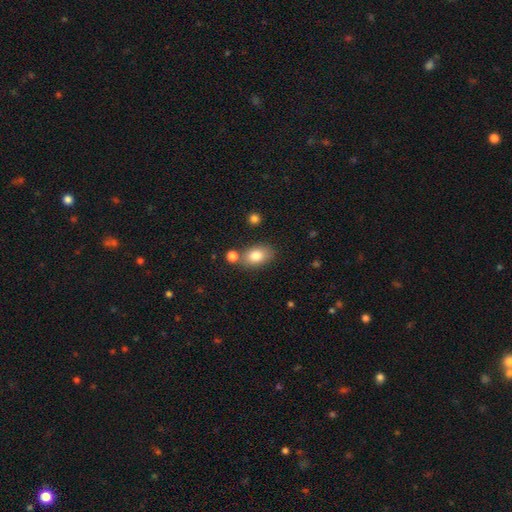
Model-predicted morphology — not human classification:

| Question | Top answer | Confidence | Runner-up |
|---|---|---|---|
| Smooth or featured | smooth | 80% | featured or disk (11%) |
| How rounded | in between | 82% | round (16%) |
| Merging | none | 72% | minor disturbance (13%) |